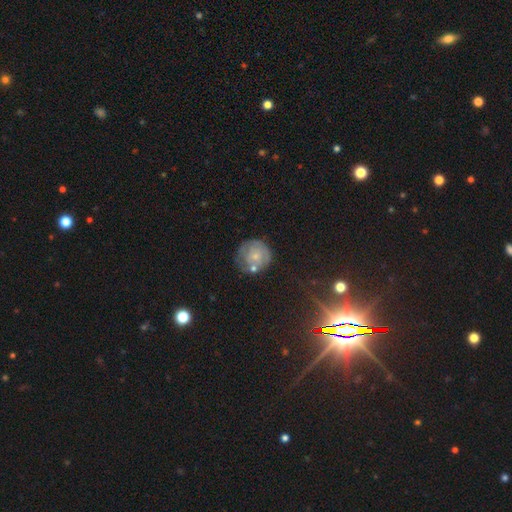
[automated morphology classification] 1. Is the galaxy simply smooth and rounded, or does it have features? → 51% smooth, 40% featured or disk, 9% star or artifact.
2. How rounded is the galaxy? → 88% round, 11% in between, 1% cigar-shaped.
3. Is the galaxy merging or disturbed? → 56% none, 23% minor disturbance, 12% merger, 9% major disturbance.